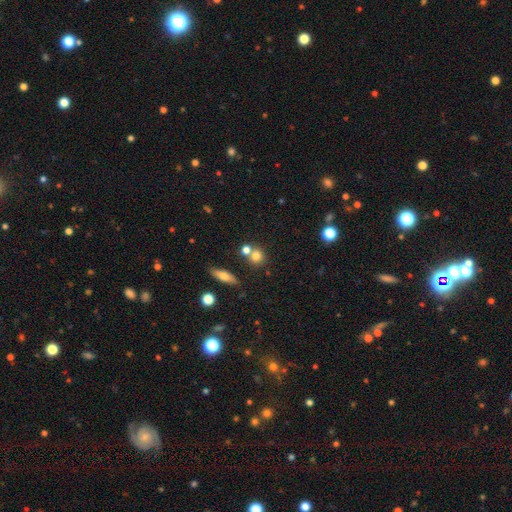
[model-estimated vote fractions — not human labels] smooth_or_featured: smooth (p=0.74) [alt: featured or disk p=0.13]
how_rounded: round (p=0.80) [alt: in between p=0.17]
merging: none (p=0.56) [alt: merger p=0.32]